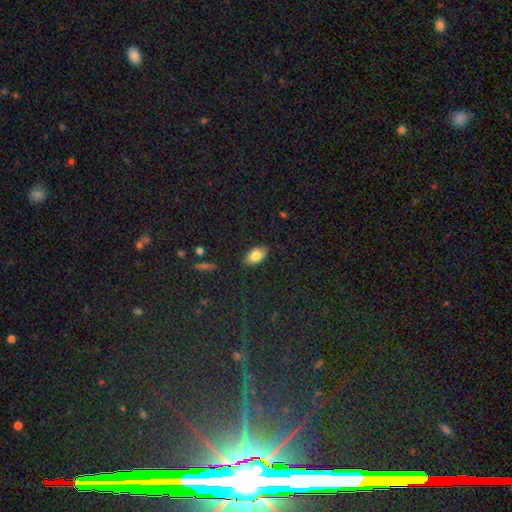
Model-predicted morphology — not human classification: The model was most divided on "smooth or featured": smooth: 82%, featured or disk: 10%, star or artifact: 8%. More confident: how rounded — in between (90%); merging — none (85%).